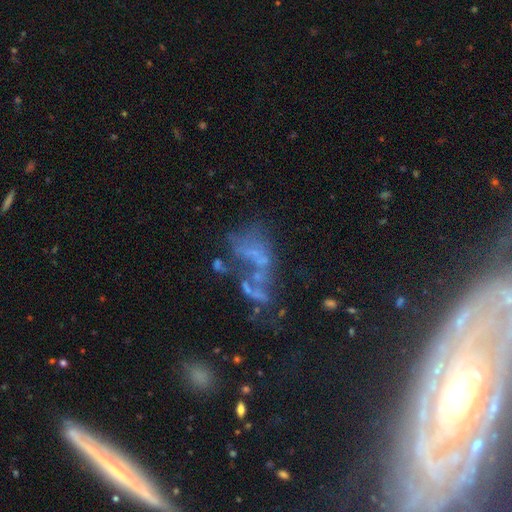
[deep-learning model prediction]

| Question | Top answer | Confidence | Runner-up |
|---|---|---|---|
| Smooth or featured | featured or disk | 53% | star or artifact (26%) |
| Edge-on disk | no | 97% | yes (3%) |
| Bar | no | 90% | weak (7%) |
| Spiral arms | no | 92% | yes (8%) |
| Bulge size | none | 76% | small (14%) |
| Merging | major disturbance | 33% | merger (30%) |